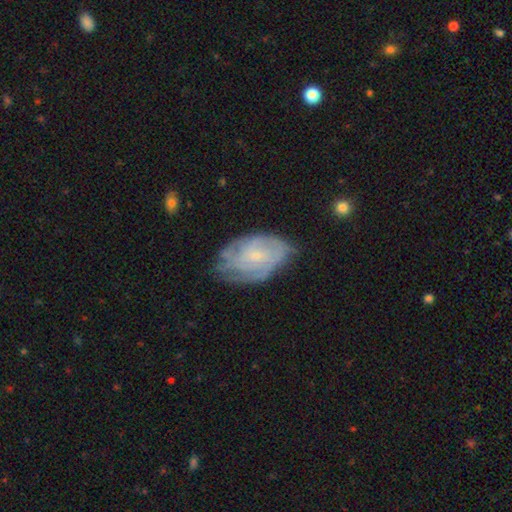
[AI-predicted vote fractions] Smooth or featured? featured or disk (71%)
Edge-on disk? no (96%)
Bar? no (65%)
Spiral arms? yes (88%)
Spiral winding? tight (62%)
Spiral arm count? can't tell (50%)
Bulge size? small (76%)
Merging? none (63%)